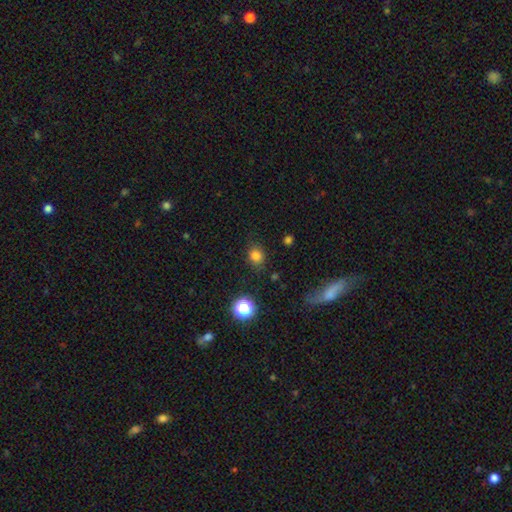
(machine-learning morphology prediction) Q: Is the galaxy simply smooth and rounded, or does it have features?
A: smooth — 79%.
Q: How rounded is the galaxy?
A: round — 72%.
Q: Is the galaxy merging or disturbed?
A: none — 81%.